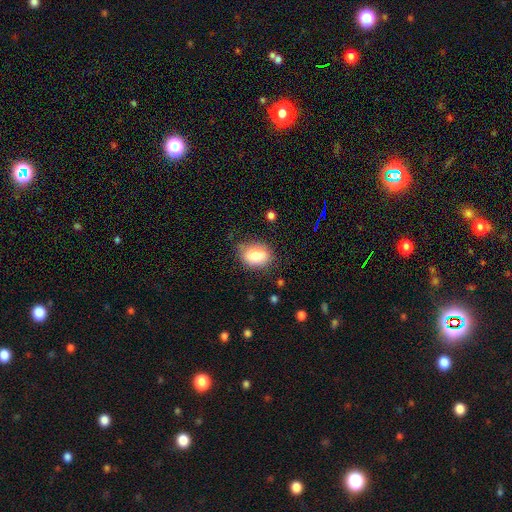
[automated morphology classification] A smooth galaxy with no disk features (82%) that is in between round and cigar-shaped (71%). Merging: none (72%).